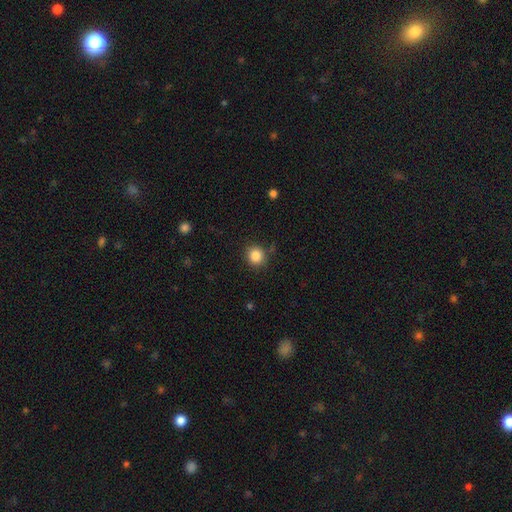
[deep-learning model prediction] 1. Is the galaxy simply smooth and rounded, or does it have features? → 85% smooth, 10% star or artifact, 4% featured or disk.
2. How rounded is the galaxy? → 85% round, 14% in between, 1% cigar-shaped.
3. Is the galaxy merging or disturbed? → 85% none, 10% minor disturbance, 3% major disturbance, 2% merger.